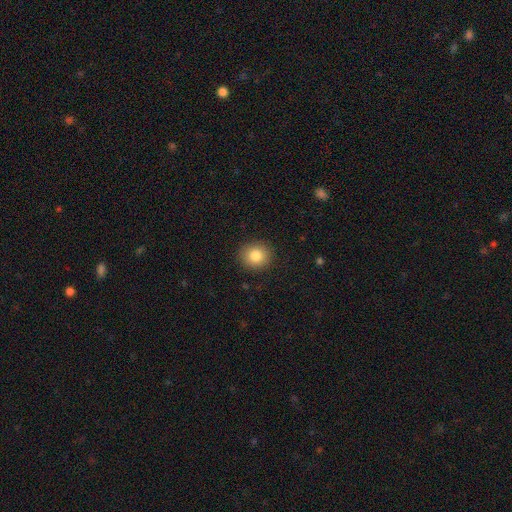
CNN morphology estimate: This appears to be a smooth galaxy with no disk features (83%) that is round (84%). Merging: none (90%).